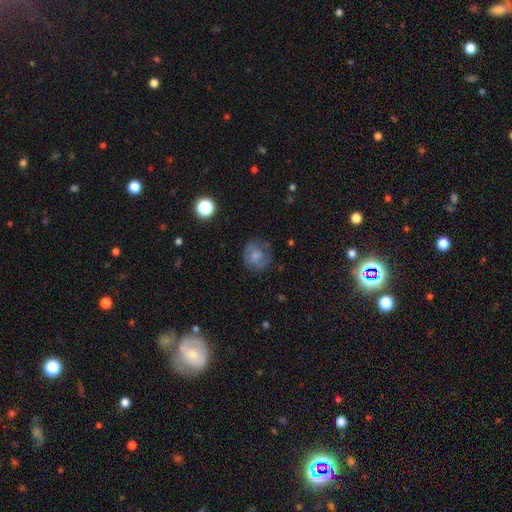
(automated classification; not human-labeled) Overall: smooth (56%; featured or disk 34%). How rounded: round (82%). Merging: none (71%).